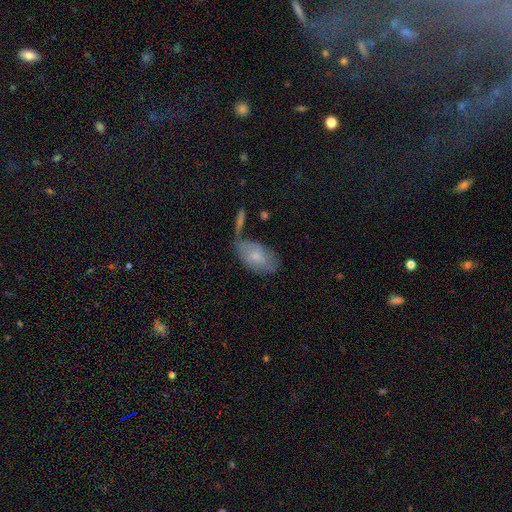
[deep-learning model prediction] A smooth galaxy with no disk features (67%) that is in between round and cigar-shaped (93%).

Vote fractions:
- Smooth or featured? smooth: 67% / featured or disk: 26% / star or artifact: 7%
- How rounded? in between: 93% / round: 5% / cigar-shaped: 3%
- Merging? none: 51% / minor disturbance: 24% / merger: 16% / major disturbance: 9%